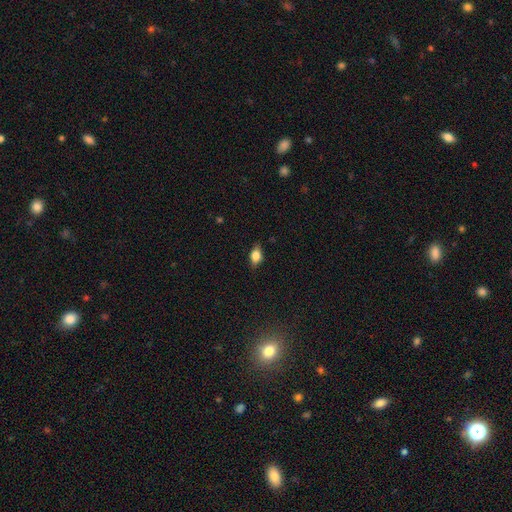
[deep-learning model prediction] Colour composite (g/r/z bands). It shows a smooth galaxy with no disk features (69%) that is in between round and cigar-shaped (80%). Merging: none (81%).